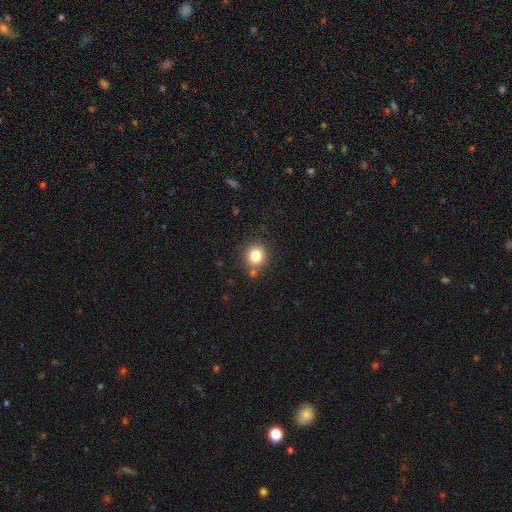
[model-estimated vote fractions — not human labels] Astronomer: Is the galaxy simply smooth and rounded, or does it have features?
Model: smooth — 82%.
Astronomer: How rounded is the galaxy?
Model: round — 83%.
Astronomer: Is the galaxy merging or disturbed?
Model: none — 79%.